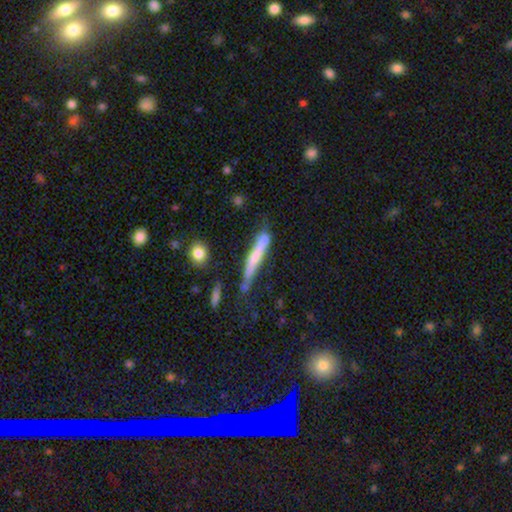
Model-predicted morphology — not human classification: A smooth galaxy with no disk features (51%) that is cigar-shaped (92%). Merging: none (54%).